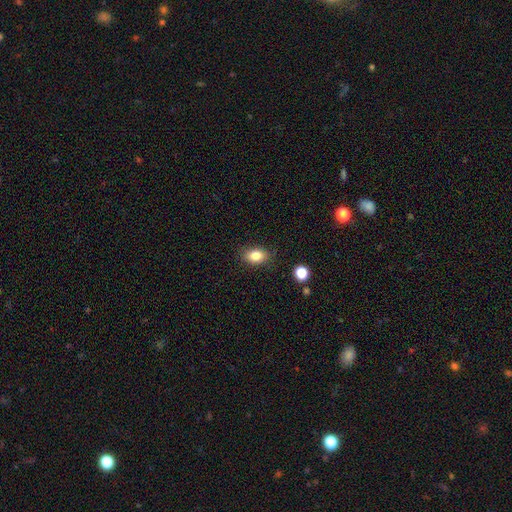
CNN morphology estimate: Overall: smooth (82%). How rounded: in between (80%). Merging: none (84%).